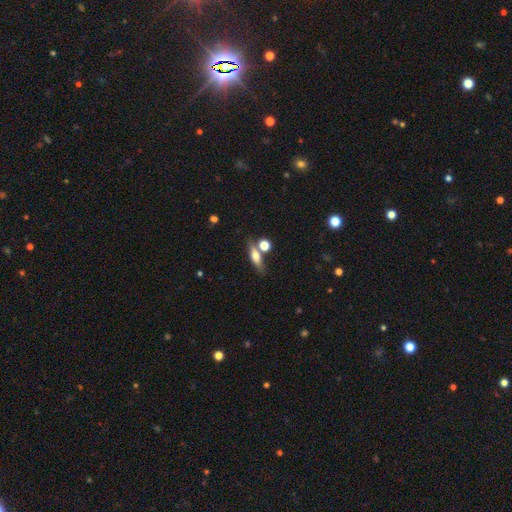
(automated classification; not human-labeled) Smooth or featured? Predicted: smooth (p=0.58). How rounded? Predicted: cigar-shaped (p=0.51). Merging? Predicted: none (p=0.65).